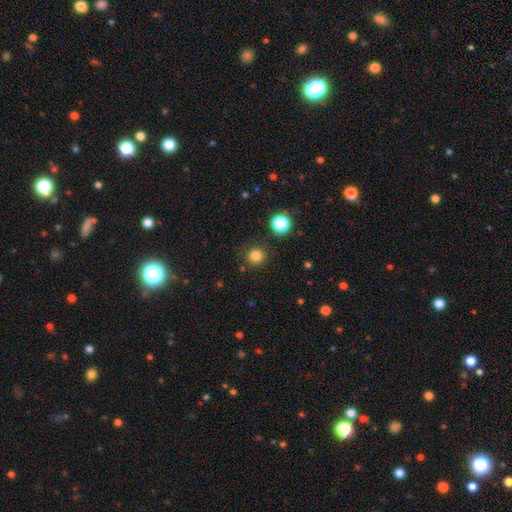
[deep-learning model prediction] Q: Smooth or featured?
A: smooth (81%); runner-up: star or artifact (14%)
Q: How rounded?
A: round (93%); runner-up: in between (6%)
Q: Merging?
A: none (88%); runner-up: minor disturbance (7%)